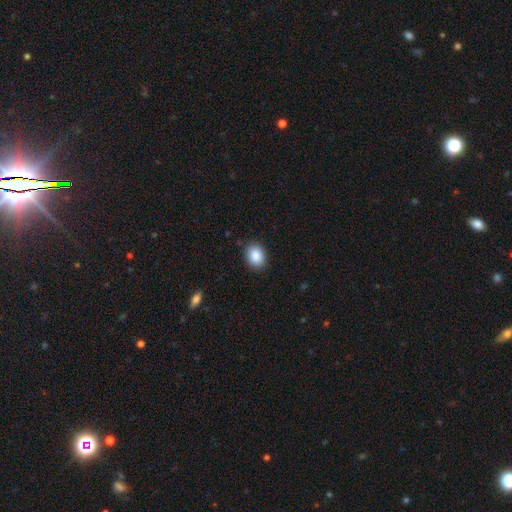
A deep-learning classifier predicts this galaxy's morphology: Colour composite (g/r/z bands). It shows a smooth galaxy with no disk features (89%) that is in between round and cigar-shaped (59%). Merging: none (88%).